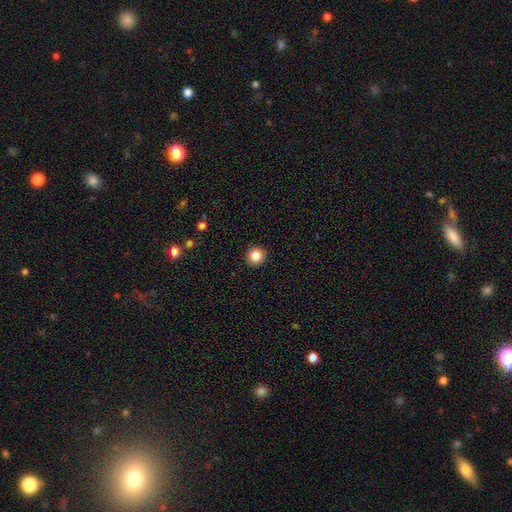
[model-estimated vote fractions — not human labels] smooth 86%, star or artifact 10%, featured or disk 4%. Down the decision tree: how rounded — round (94%); merging — none (93%).